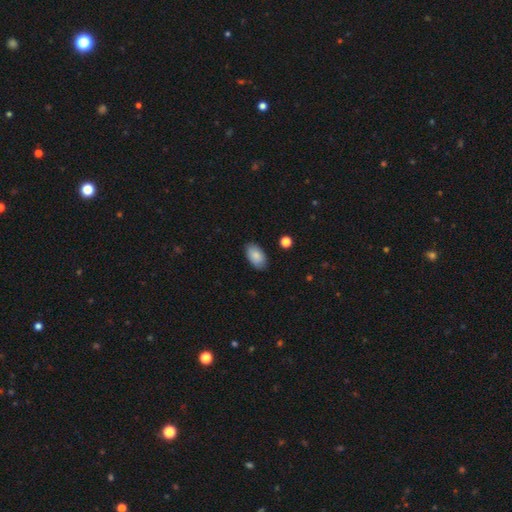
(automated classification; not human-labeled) Q: Smooth or featured?
A: smooth (88%); runner-up: star or artifact (6%)
Q: How rounded?
A: in between (94%); runner-up: round (4%)
Q: Merging?
A: none (86%); runner-up: minor disturbance (11%)